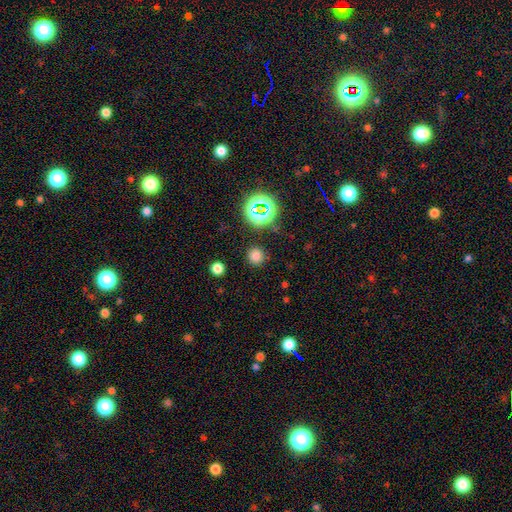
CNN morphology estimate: type=smooth (73%); roundness=round (93%); merging=none (88%).